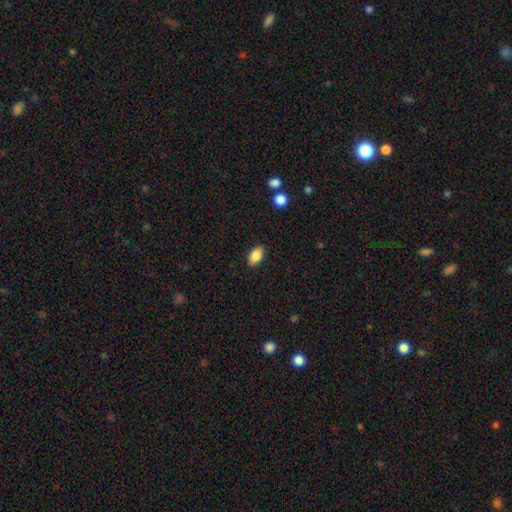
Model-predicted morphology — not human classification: This appears to be a smooth galaxy with no disk features (86%) that is in between round and cigar-shaped (92%). Merging: none (88%).